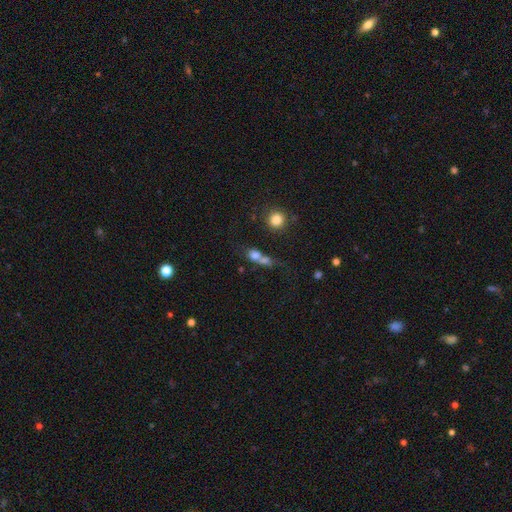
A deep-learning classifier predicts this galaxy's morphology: type=smooth (68%); roundness=round (56%); merging=merger (54%).